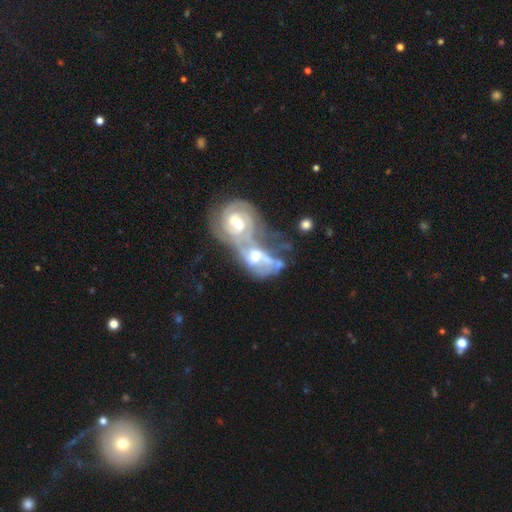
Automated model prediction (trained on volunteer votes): smooth-or-featured: featured or disk: 79% | smooth: 14% | star or artifact: 6%
  disk-edge-on: no: 96% | yes: 4%
    bar: no: 47% | weak: 36% | strong: 17%
    has-spiral-arms: yes: 80% | no: 20%
      spiral-winding: tight: 49% | medium: 34% | loose: 17%
      spiral-arm-count: 2: 44% | can't tell: 37% | 1: 9% | 3: 6% | 4: 2% | more than 4: 2%
    bulge-size: moderate: 68% | small: 18% | large: 10% | none: 3% | dominant: 1%
  merging: merger: 83% | none: 6% | major disturbance: 6% | minor disturbance: 4%